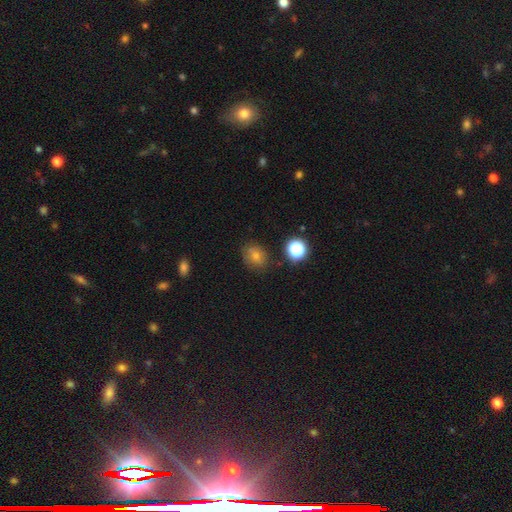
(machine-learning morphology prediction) This is likely a smooth galaxy (67%). How rounded: possibly round (56%). Merging: likely none (79%).